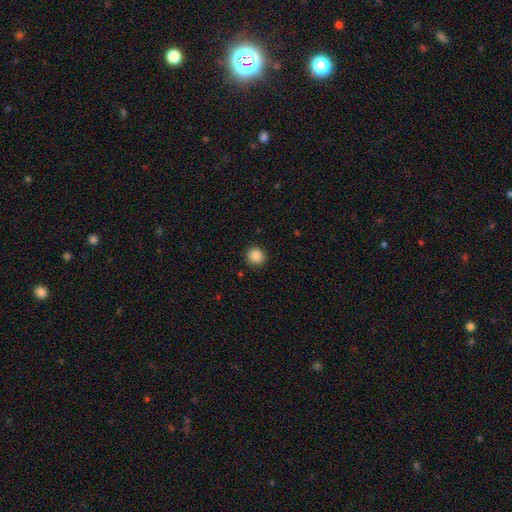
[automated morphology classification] A smooth galaxy with no disk features (87%) that is round (93%). Merging: none (90%).